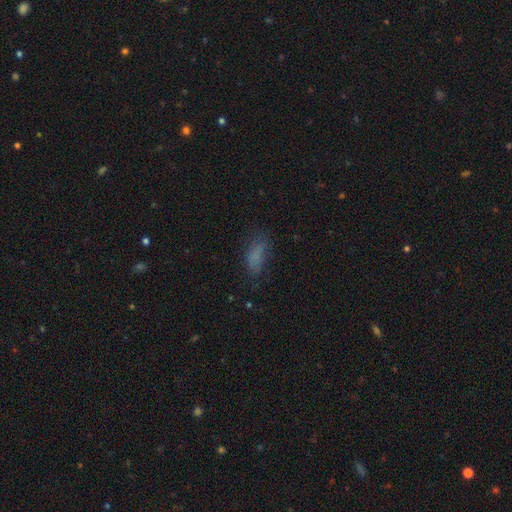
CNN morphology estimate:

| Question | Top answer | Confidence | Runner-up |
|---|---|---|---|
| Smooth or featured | smooth | 73% | star or artifact (14%) |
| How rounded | in between | 78% | cigar-shaped (18%) |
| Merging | none | 60% | minor disturbance (24%) |